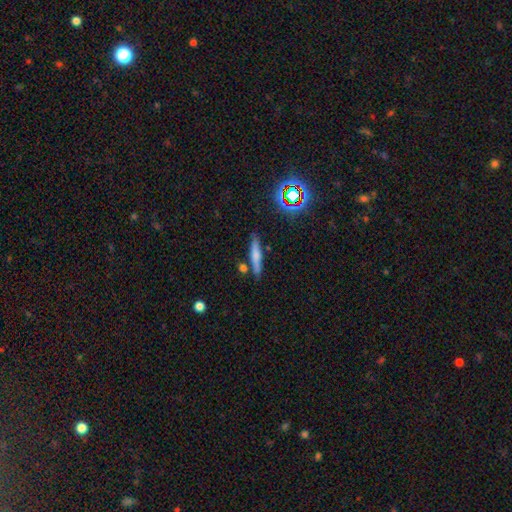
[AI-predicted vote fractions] A smooth galaxy with no disk features (57%) that is cigar-shaped (87%).

Vote fractions:
- Smooth or featured? smooth: 57% / featured or disk: 32% / star or artifact: 11%
- How rounded? cigar-shaped: 87% / in between: 11% / round: 3%
- Merging? none: 77% / minor disturbance: 12% / merger: 8% / major disturbance: 3%